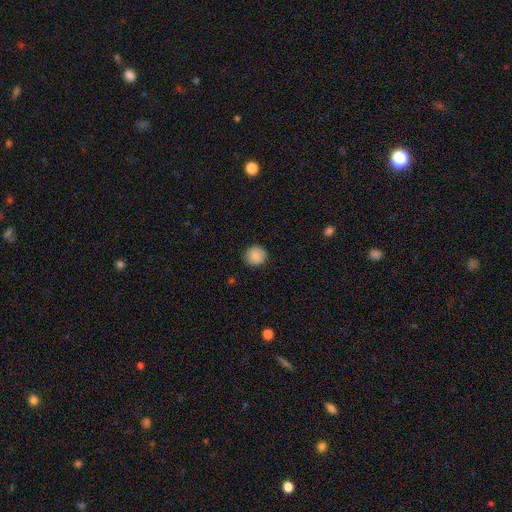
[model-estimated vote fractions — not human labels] Smooth or featured? smooth (88%)
How rounded? round (91%)
Merging? none (90%)